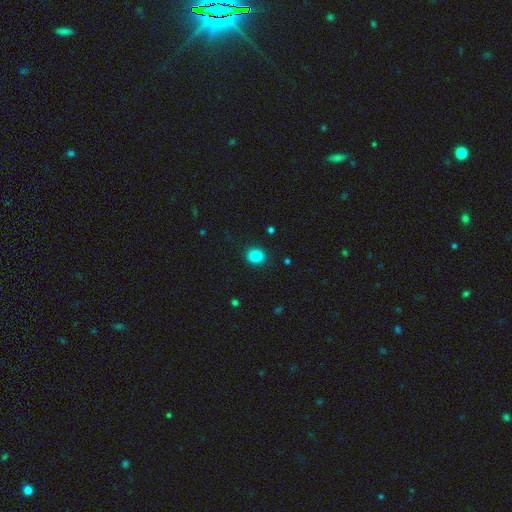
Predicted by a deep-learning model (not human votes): Smooth or featured? Predicted: smooth (p=0.86). How rounded? Predicted: round (p=0.74). Merging? Predicted: none (p=0.90).